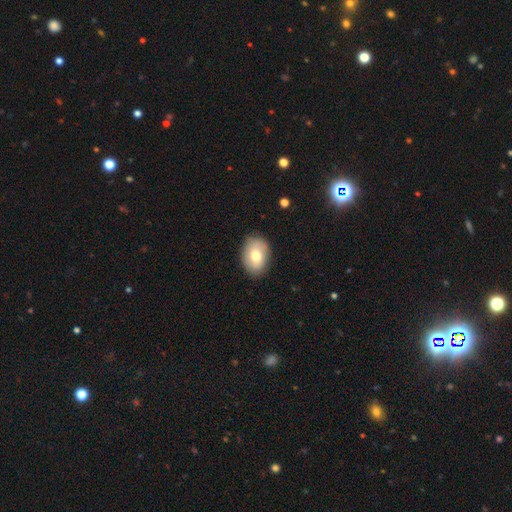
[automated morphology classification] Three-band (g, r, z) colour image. It shows a smooth galaxy with no disk features (73%) that is in between round and cigar-shaped (81%). Merging: none (84%).